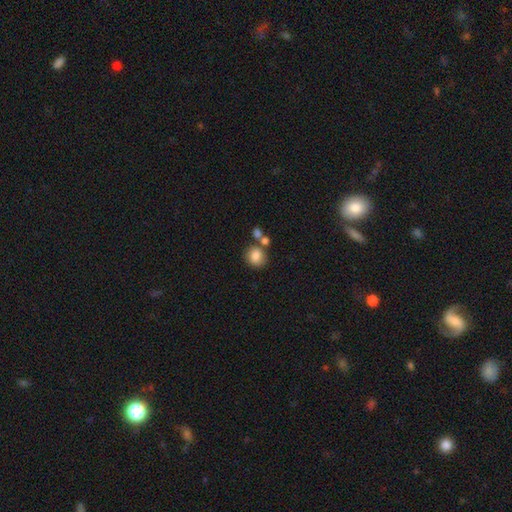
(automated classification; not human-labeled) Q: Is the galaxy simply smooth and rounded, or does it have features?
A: smooth — 83%.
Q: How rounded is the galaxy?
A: round — 76%.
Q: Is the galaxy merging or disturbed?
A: none — 61%.